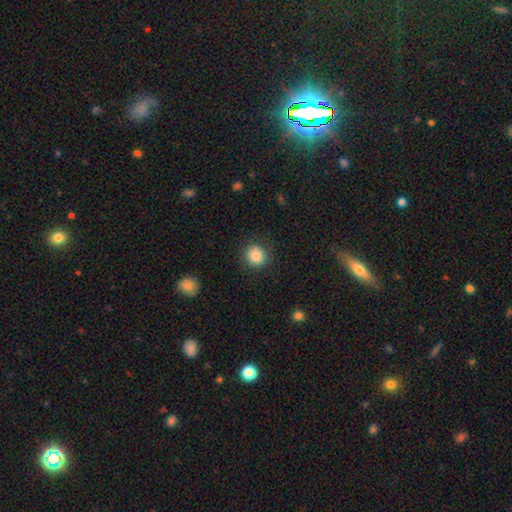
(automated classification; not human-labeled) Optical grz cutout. It shows a smooth galaxy with no disk features (85%) that is round (90%). Merging: none (87%).